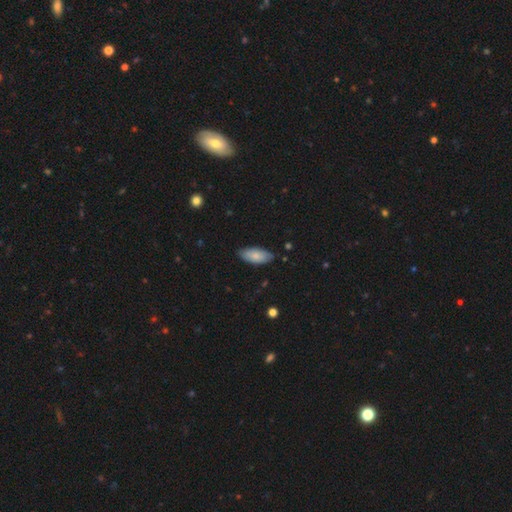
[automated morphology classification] This appears to be a smooth galaxy with no disk features (78%) that is in between round and cigar-shaped (89%). Merging: none (77%).